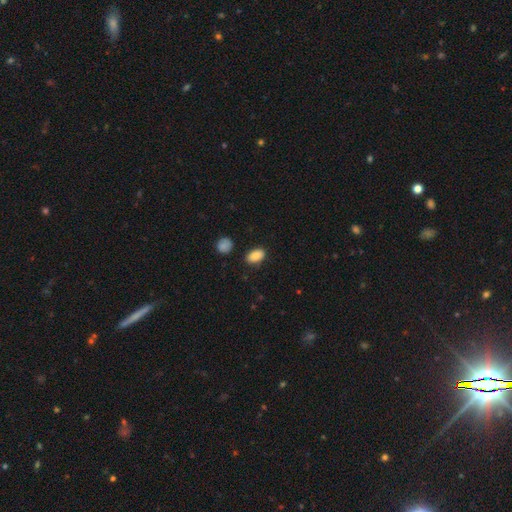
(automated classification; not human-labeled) This is clearly a smooth galaxy (88%). How rounded: clearly in between (90%). Merging: clearly none (85%).